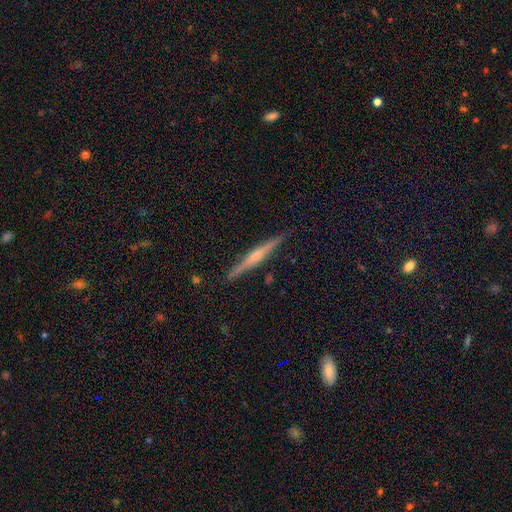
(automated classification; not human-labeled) This is likely a featured or disk galaxy (74%). It is clearly viewed edge-on (98%). Edge-on bulge: likely rounded (70%). Merging: clearly none (90%).